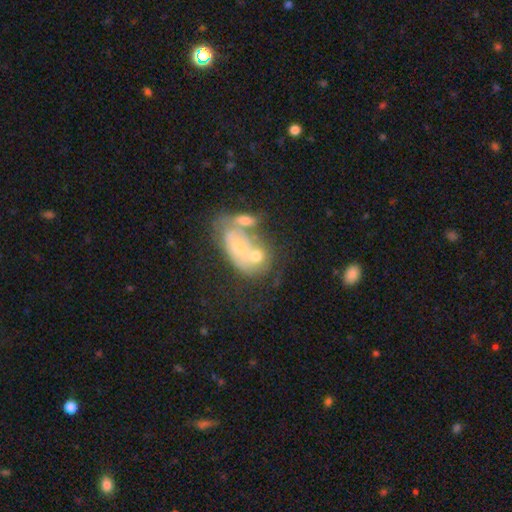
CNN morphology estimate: Smooth or featured: featured or disk — 49% (smooth — 41%)
Merging: merger — 60% (none — 18%)